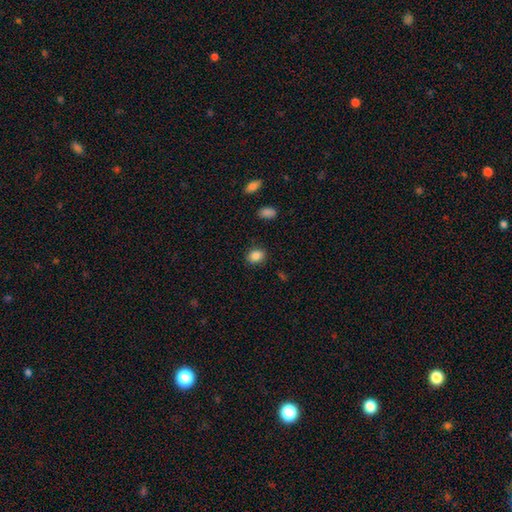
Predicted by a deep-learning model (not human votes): Smooth or featured? Predicted: smooth (p=0.86). How rounded? Predicted: in between (p=0.55). Merging? Predicted: none (p=0.85).